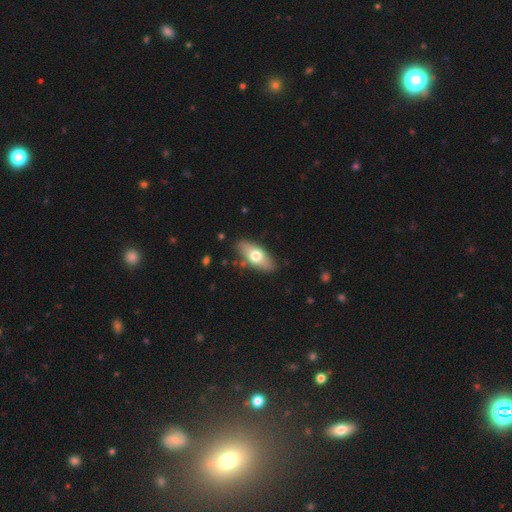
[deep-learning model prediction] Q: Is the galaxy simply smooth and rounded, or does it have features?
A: smooth — 65%.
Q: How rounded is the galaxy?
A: in between — 82%.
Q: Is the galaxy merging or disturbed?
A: none — 85%.